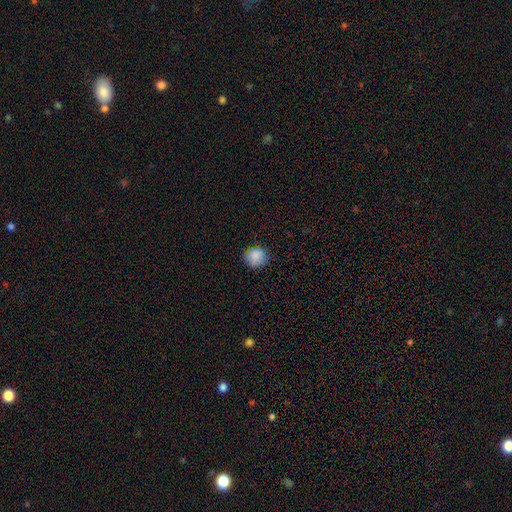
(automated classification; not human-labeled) This is clearly a smooth galaxy (84%). How rounded: likely round (79%). Merging: likely none (77%).